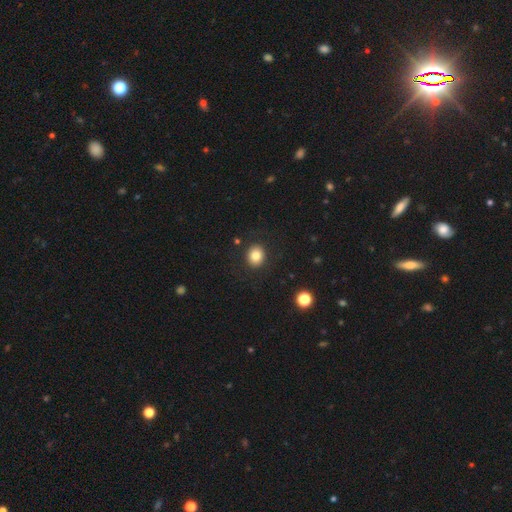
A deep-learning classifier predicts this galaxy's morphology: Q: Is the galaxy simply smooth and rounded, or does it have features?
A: smooth — 82%.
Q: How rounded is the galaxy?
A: round — 72%.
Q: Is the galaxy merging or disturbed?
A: none — 89%.